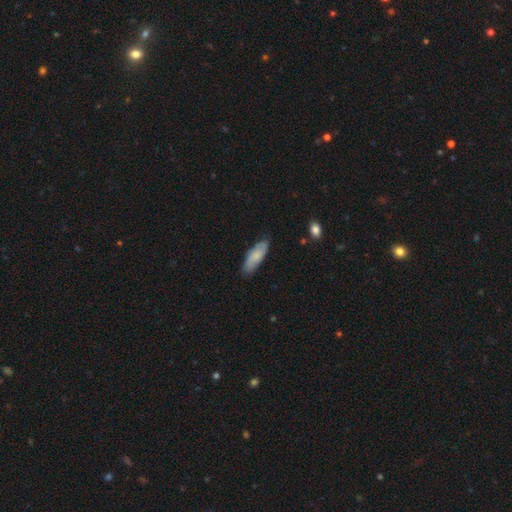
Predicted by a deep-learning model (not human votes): This appears to be a smooth galaxy with no disk features (76%) that is in between round and cigar-shaped (64%). Merging: none (79%).